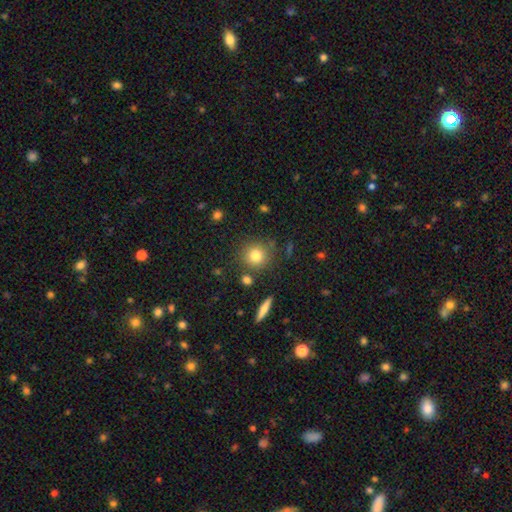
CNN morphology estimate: Smooth or featured: smooth — 80% (star or artifact — 11%)
How rounded: round — 89% (in between — 9%)
Merging: none — 80% (minor disturbance — 10%)